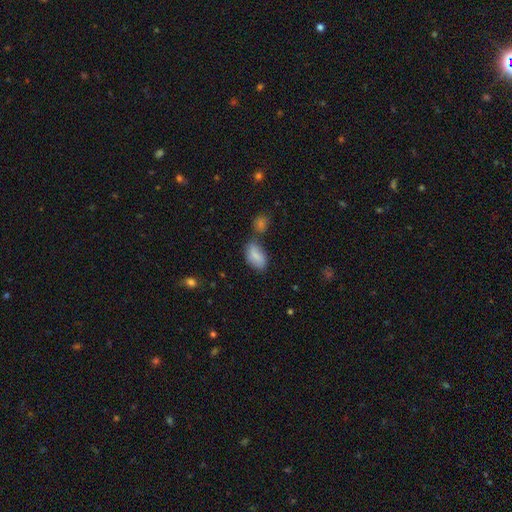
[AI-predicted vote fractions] Smooth or featured? Predicted: smooth (p=0.80). How rounded? Predicted: in between (p=0.92). Merging? Predicted: none (p=0.49).